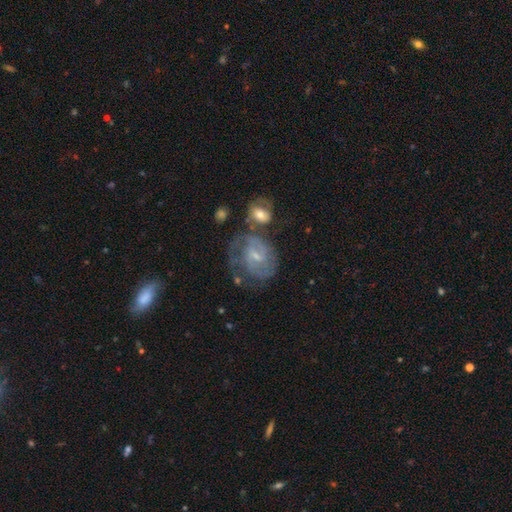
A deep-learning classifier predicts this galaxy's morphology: featured or disk 76%, smooth 17%, star or artifact 7%. Down the decision tree: edge-on disk — no (97%); bar — weak (53%); spiral arms — yes (87%); spiral arm count — 2 (40%); spiral winding — tight (48%); bulge size — small (65%); merging — none (46%).